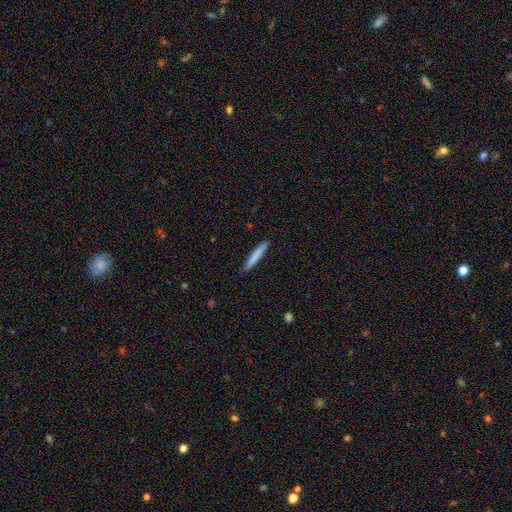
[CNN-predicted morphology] smooth_or_featured: smooth (p=0.78) [alt: featured or disk p=0.16]
how_rounded: cigar-shaped (p=0.95) [alt: in between p=0.03]
merging: none (p=0.90) [alt: minor disturbance p=0.07]